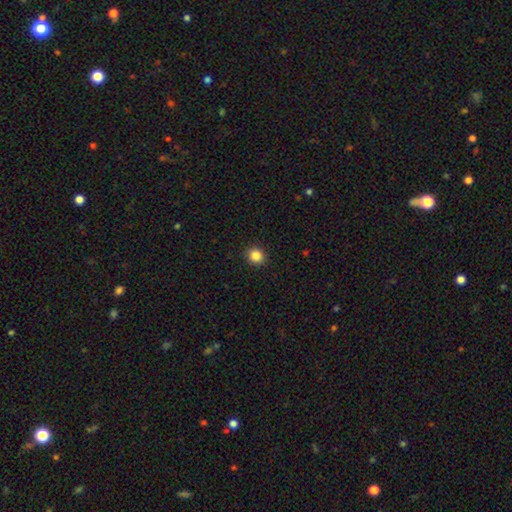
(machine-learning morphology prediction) smooth-or-featured: smooth: 86% | star or artifact: 11% | featured or disk: 4%
  how-rounded: round: 92% | in between: 8% | cigar-shaped: 1%
  merging: none: 93% | minor disturbance: 5% | major disturbance: 2% | merger: 1%